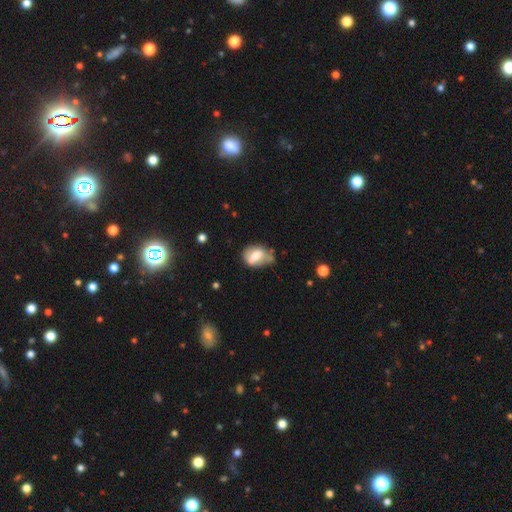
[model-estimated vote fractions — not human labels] Smooth or featured: smooth — 53% (featured or disk — 38%)
How rounded: in between — 74% (round — 23%)
Merging: none — 39% (minor disturbance — 34%)